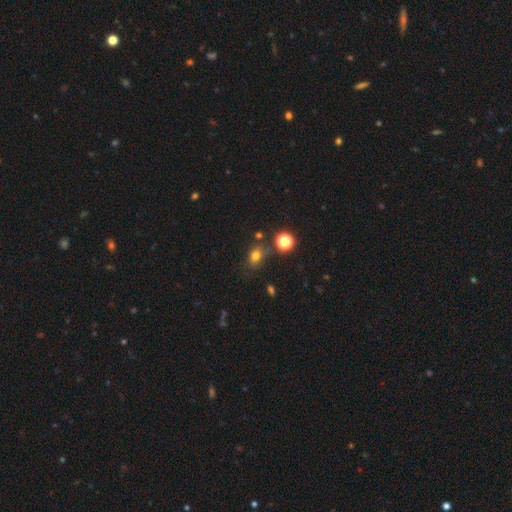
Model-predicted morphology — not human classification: A smooth galaxy with no disk features (74%) that is in between round and cigar-shaped (58%).

Vote fractions:
- Smooth or featured? smooth: 74% / star or artifact: 18% / featured or disk: 8%
- How rounded? in between: 58% / round: 41% / cigar-shaped: 2%
- Merging? none: 71% / minor disturbance: 17% / merger: 7% / major disturbance: 5%